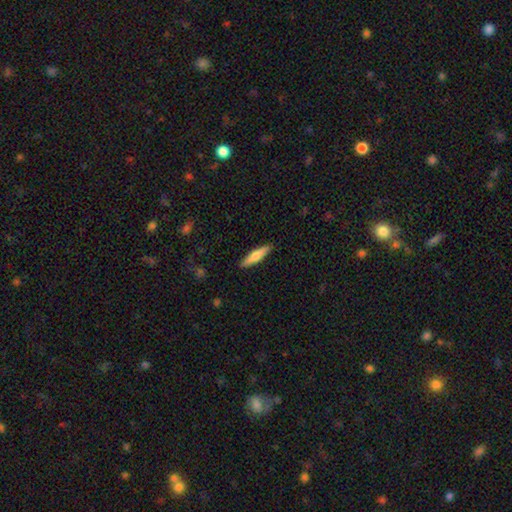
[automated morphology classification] This appears to be a smooth galaxy with no disk features (66%) that is cigar-shaped (83%). Merging: none (90%).